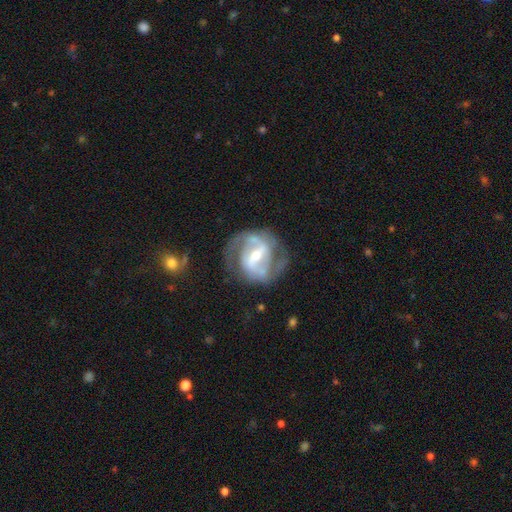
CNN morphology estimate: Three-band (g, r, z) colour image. It shows a featured or disk galaxy (86%) with a strong bar (58%), 2 (84%) medium (49%) spiral arms (89%) and a moderate central bulge (61%). Merging: none (67%).